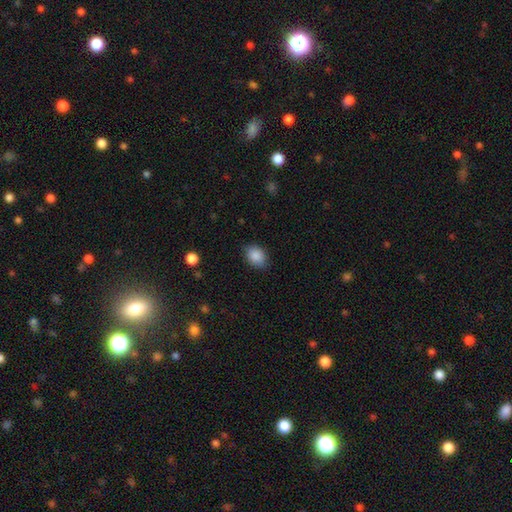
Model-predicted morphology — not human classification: A smooth galaxy with no disk features (88%) that is in between round and cigar-shaped (71%). Merging: none (84%).